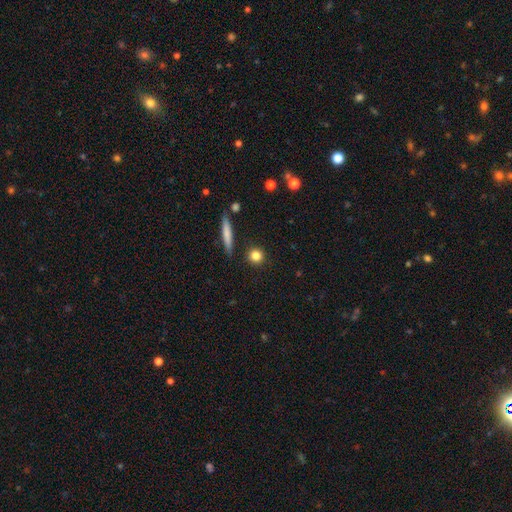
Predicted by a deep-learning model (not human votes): smooth 82%, star or artifact 9%, featured or disk 8%. Down the decision tree: how rounded — round (85%); merging — none (89%).